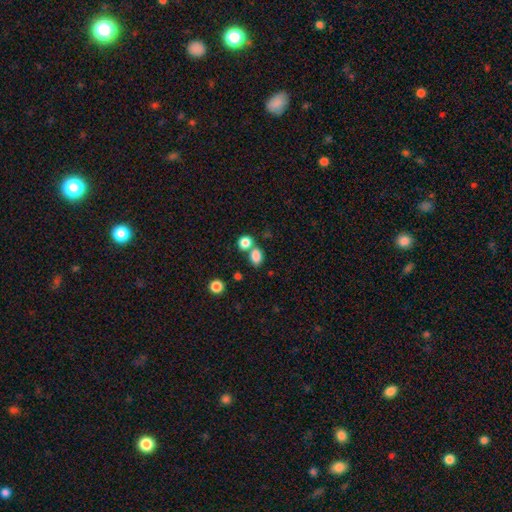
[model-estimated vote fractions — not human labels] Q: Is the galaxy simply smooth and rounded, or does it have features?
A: smooth — 84%.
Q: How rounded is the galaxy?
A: in between — 67%.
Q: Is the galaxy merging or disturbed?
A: none — 54%.